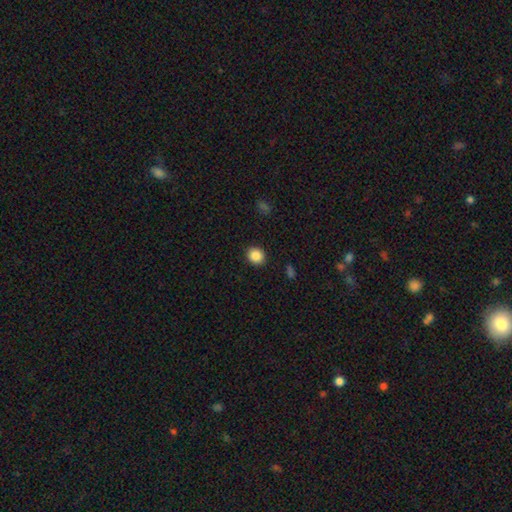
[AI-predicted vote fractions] The model was most divided on "how rounded": round: 80%, in between: 19%, cigar-shaped: 1%. More confident: merging — none (91%); smooth or featured — smooth (86%).